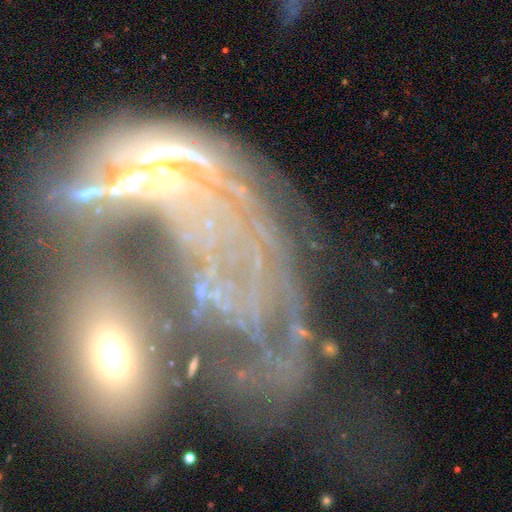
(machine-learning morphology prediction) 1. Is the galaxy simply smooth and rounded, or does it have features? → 64% featured or disk, 18% star or artifact, 18% smooth.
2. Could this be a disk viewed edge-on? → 92% no, 8% yes.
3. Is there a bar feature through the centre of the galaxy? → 74% no, 15% weak, 11% strong.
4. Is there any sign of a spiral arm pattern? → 51% no, 49% yes.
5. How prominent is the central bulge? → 37% small, 35% none, 19% moderate, 5% large, 4% dominant.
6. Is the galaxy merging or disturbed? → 42% merger, 31% major disturbance, 17% none, 10% minor disturbance.